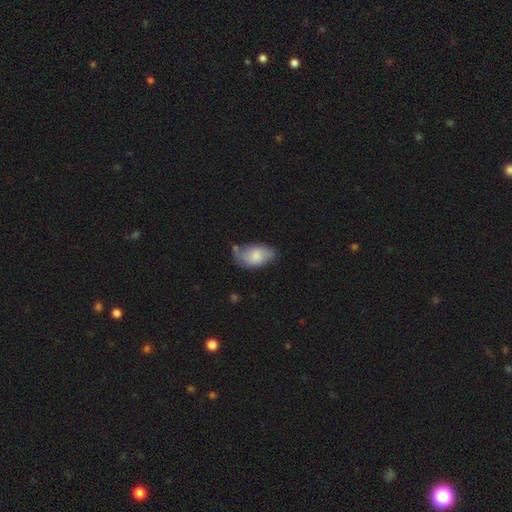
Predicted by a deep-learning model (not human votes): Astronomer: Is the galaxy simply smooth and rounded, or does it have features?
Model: smooth — 72%.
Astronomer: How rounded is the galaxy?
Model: in between — 93%.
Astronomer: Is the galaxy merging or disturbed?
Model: none — 48% (runner-up: minor disturbance, 34%).